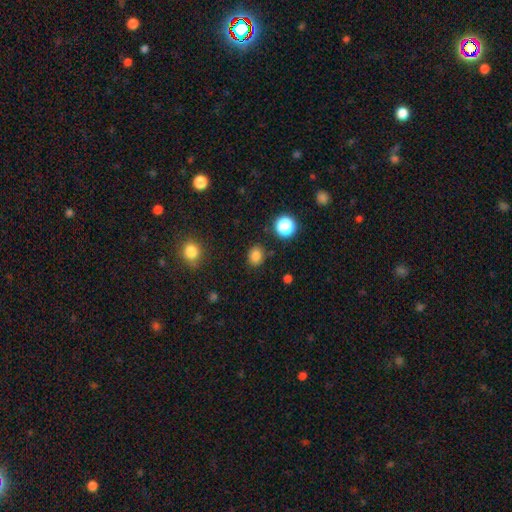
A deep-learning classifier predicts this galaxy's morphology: Smooth or featured: smooth — 82% (star or artifact — 14%)
How rounded: round — 53% (in between — 46%)
Merging: none — 84% (minor disturbance — 10%)